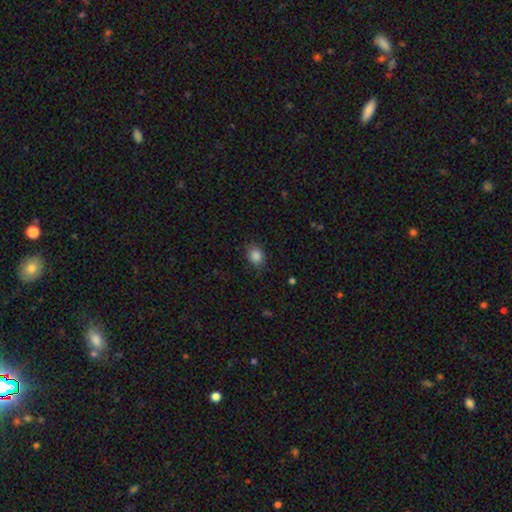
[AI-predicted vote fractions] smooth_or_featured: smooth (p=0.87) [alt: star or artifact p=0.10]
how_rounded: round (p=0.56) [alt: in between p=0.43]
merging: none (p=0.82) [alt: minor disturbance p=0.14]